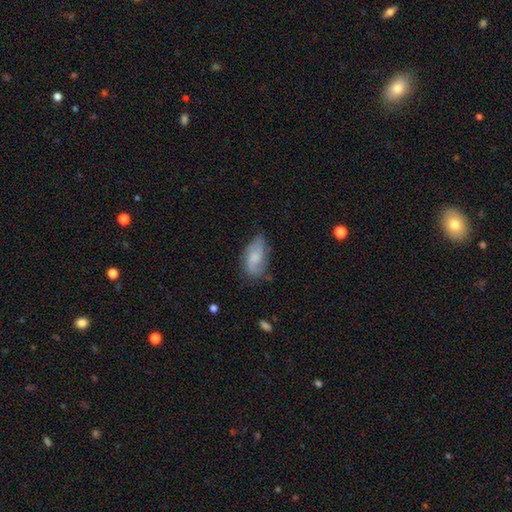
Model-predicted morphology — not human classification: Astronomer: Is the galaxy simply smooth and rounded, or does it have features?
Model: featured or disk — 48% (runner-up: smooth, 44%).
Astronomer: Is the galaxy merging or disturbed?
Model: none — 58%.